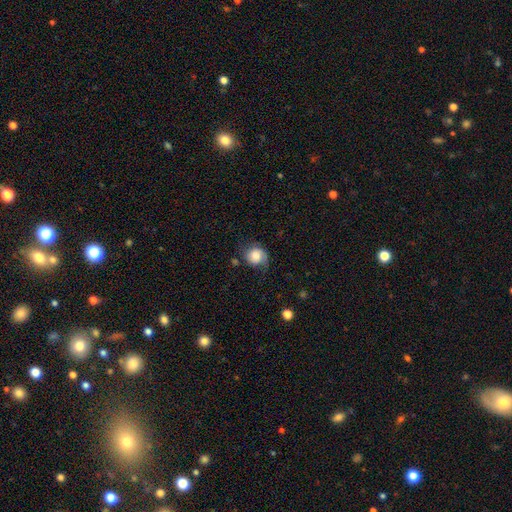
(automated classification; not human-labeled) Overall: smooth (66%). How rounded: round (71%). Merging: none (52%; minor disturbance 31%).